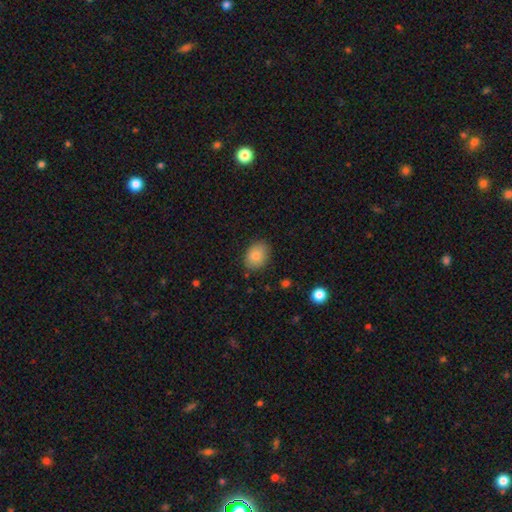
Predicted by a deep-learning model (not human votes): smooth 83%, featured or disk 9%, star or artifact 8%. Down the decision tree: how rounded — in between (69%); merging — none (83%).